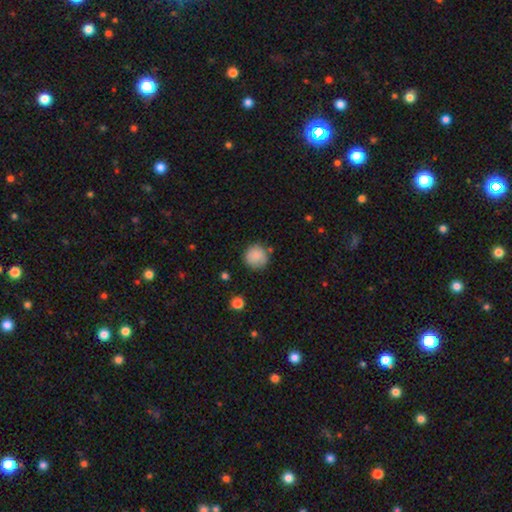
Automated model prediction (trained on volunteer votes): smooth-or-featured: smooth: 83% | featured or disk: 8% | star or artifact: 8%
  how-rounded: round: 92% | in between: 7% | cigar-shaped: 1%
  merging: none: 75% | minor disturbance: 17% | major disturbance: 4% | merger: 4%